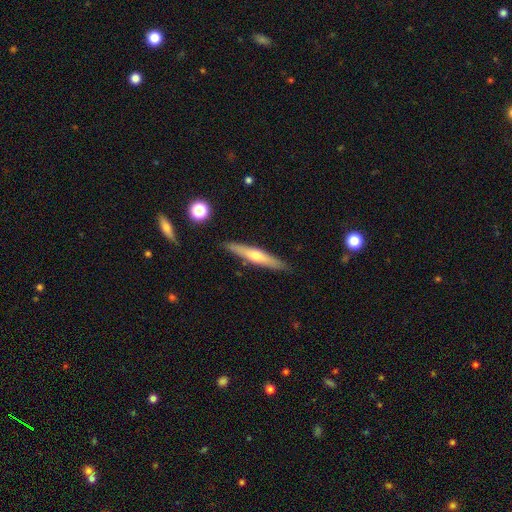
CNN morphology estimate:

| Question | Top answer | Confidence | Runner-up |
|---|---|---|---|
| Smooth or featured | featured or disk | 53% | smooth (41%) |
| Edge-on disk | yes | 94% | no (6%) |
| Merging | none | 88% | minor disturbance (8%) |